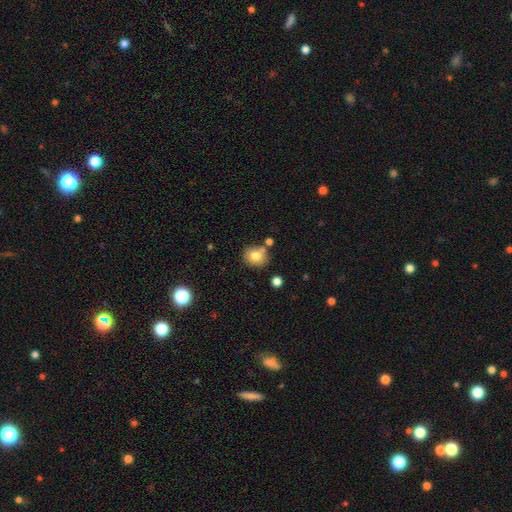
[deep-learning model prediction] Smooth or featured? Predicted: smooth (p=0.78). How rounded? Predicted: round (p=0.76). Merging? Predicted: none (p=0.70).